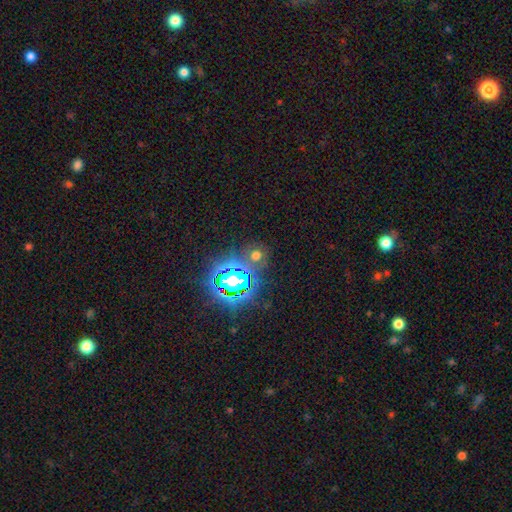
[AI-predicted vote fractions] smooth-or-featured: star or artifact: 48% | smooth: 43% | featured or disk: 9%